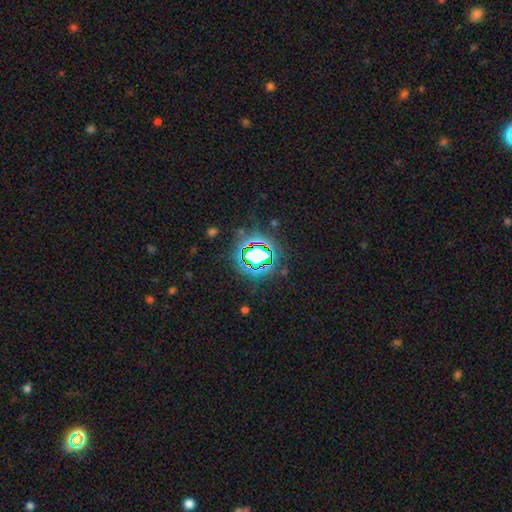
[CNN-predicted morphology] smooth-or-featured: star or artifact: 69% | smooth: 20% | featured or disk: 11%